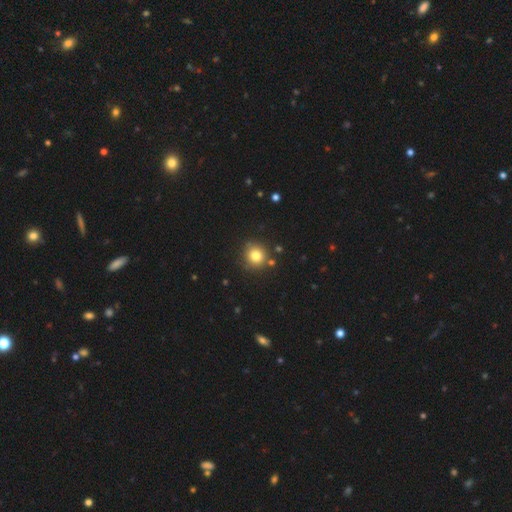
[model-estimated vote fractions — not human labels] Smooth or featured: smooth — 80% (star or artifact — 13%)
How rounded: round — 92% (in between — 7%)
Merging: none — 84% (minor disturbance — 9%)